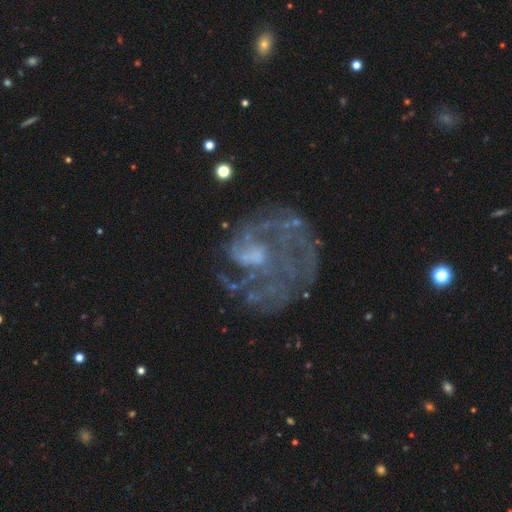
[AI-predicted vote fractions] Q: Smooth or featured?
A: featured or disk (77%); runner-up: star or artifact (12%)
Q: Edge-on disk?
A: no (98%); runner-up: yes (2%)
Q: Bar?
A: no (69%); runner-up: weak (26%)
Q: Spiral arms?
A: yes (68%); runner-up: no (32%)
Q: Spiral winding?
A: tight (38%); runner-up: medium (35%)
Q: Spiral arm count?
A: can't tell (41%); runner-up: 1 (23%)
Q: Bulge size?
A: small (36%); runner-up: none (34%)
Q: Merging?
A: none (49%); runner-up: major disturbance (30%)